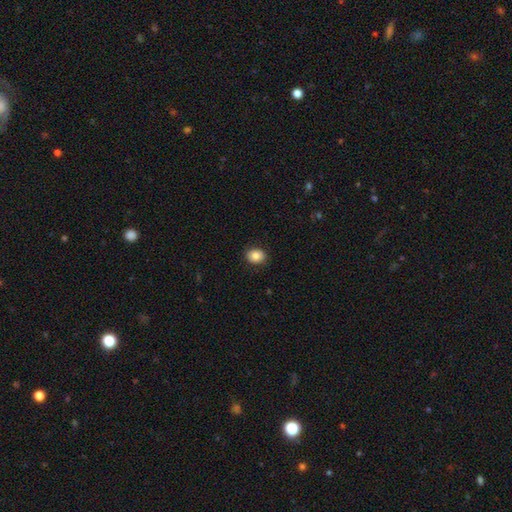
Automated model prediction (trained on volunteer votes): Overall: smooth (83%). How rounded: in between (53%; round 46%). Merging: none (88%).